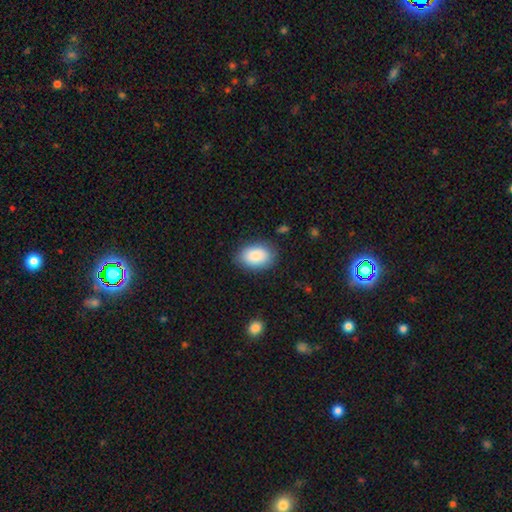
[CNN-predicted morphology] smooth_or_featured: smooth (p=0.87) [alt: featured or disk p=0.07]
how_rounded: in between (p=0.85) [alt: round p=0.14]
merging: none (p=0.83) [alt: minor disturbance p=0.13]